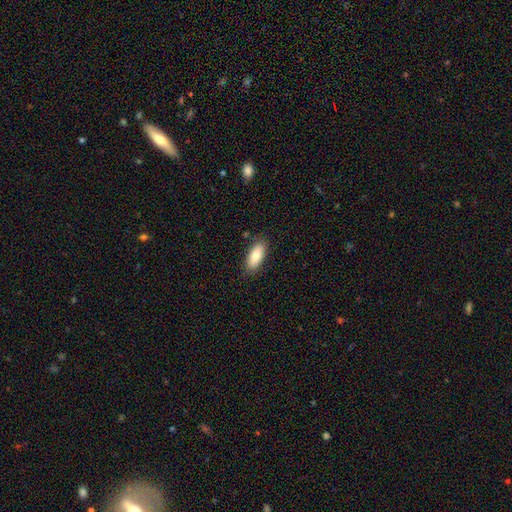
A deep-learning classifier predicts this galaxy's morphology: Overall: smooth (84%). How rounded: in between (84%). Merging: none (85%).